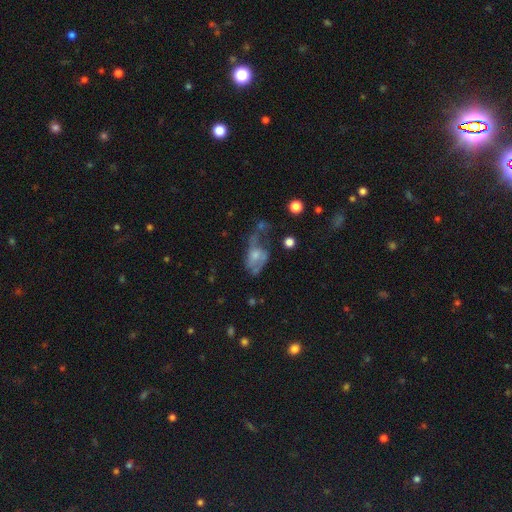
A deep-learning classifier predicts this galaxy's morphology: Q: Smooth or featured?
A: featured or disk (49%); runner-up: smooth (40%)
Q: Merging?
A: major disturbance (47%); runner-up: minor disturbance (21%)